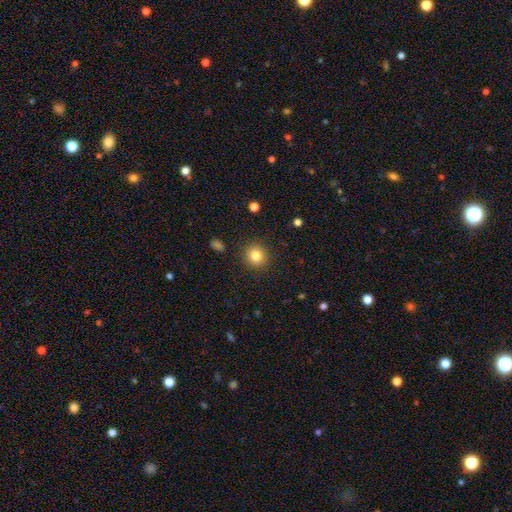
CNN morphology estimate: A smooth galaxy with no disk features (83%) that is round (90%).

Vote fractions:
- Smooth or featured? smooth: 83% / star or artifact: 11% / featured or disk: 6%
- How rounded? round: 90% / in between: 9% / cigar-shaped: 1%
- Merging? none: 90% / minor disturbance: 6% / major disturbance: 3% / merger: 1%